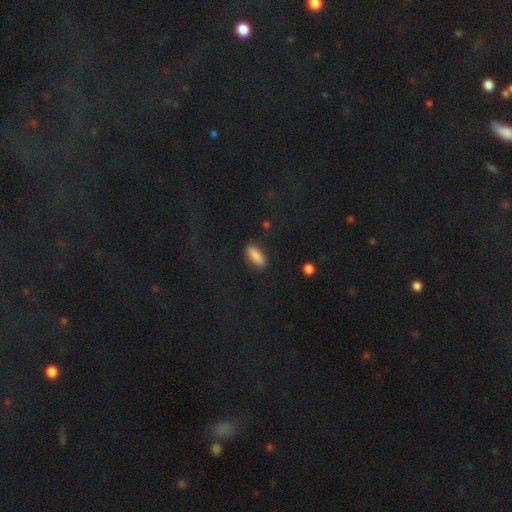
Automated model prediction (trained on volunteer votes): Smooth or featured?
  - smooth: 85% *
  - star or artifact: 8%
  - featured or disk: 7%
How rounded?
  - in between: 77% *
  - cigar-shaped: 20%
  - round: 3%
Merging?
  - none: 84% *
  - minor disturbance: 11%
  - major disturbance: 3%
  - merger: 2%